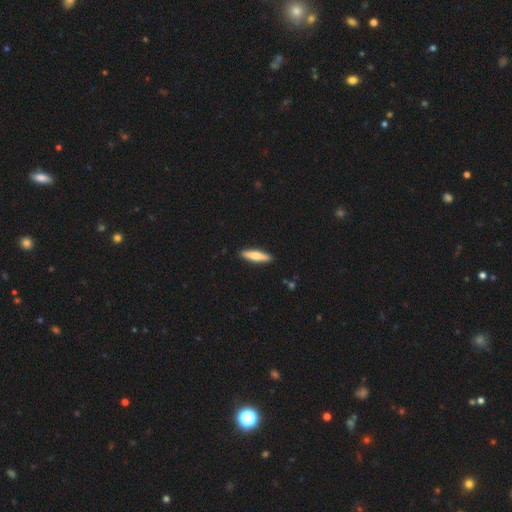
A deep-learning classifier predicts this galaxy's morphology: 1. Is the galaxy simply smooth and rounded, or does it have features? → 64% smooth, 31% featured or disk, 5% star or artifact.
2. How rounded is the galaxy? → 78% cigar-shaped, 20% in between, 2% round.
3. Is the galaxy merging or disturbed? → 91% none, 7% minor disturbance, 1% major disturbance, 1% merger.